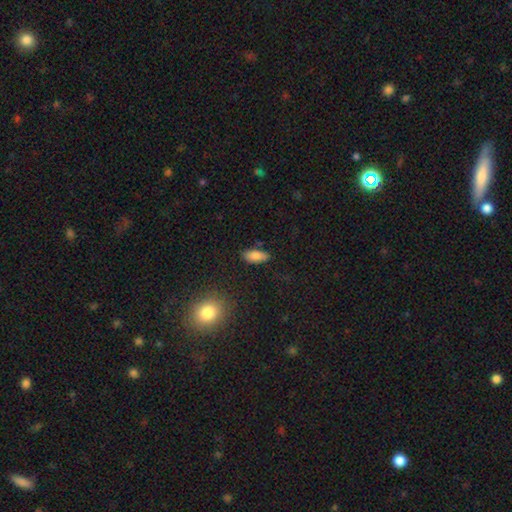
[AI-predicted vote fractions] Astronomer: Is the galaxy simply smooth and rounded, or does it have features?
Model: smooth — 84%.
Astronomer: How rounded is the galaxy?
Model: in between — 85%.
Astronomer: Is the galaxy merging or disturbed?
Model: none — 82%.